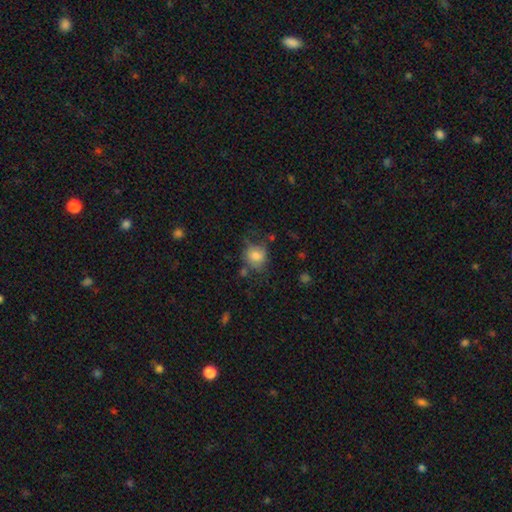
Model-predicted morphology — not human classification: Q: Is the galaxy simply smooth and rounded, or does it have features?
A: smooth — 77%.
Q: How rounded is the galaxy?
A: round — 82%.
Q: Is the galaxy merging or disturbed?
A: none — 63%.